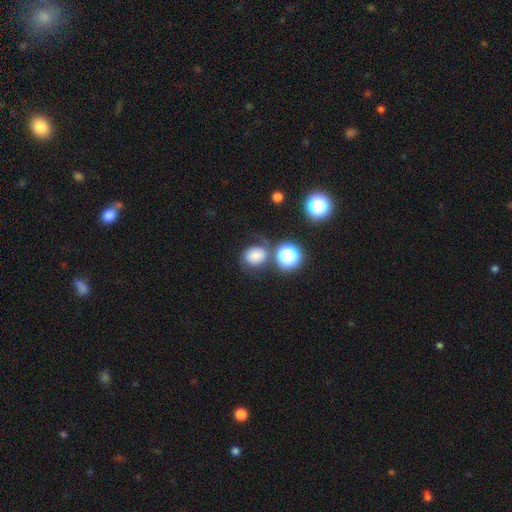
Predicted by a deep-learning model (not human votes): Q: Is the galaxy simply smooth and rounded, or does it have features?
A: smooth — 68%.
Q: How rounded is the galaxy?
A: round — 60%.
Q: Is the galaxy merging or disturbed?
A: none — 59%.